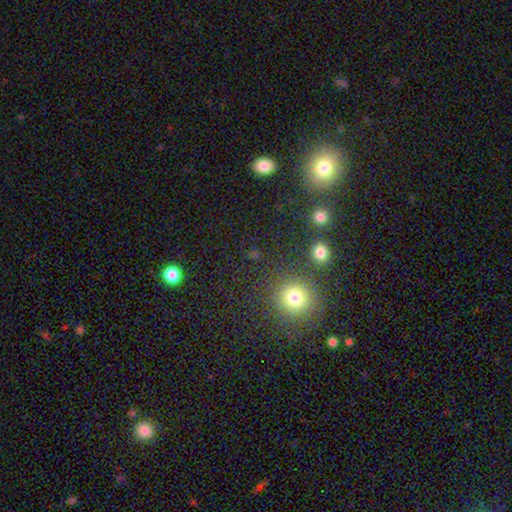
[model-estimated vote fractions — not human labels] Smooth or featured: smooth — 64% (star or artifact — 29%)
How rounded: round — 88% (in between — 10%)
Merging: none — 84% (minor disturbance — 8%)